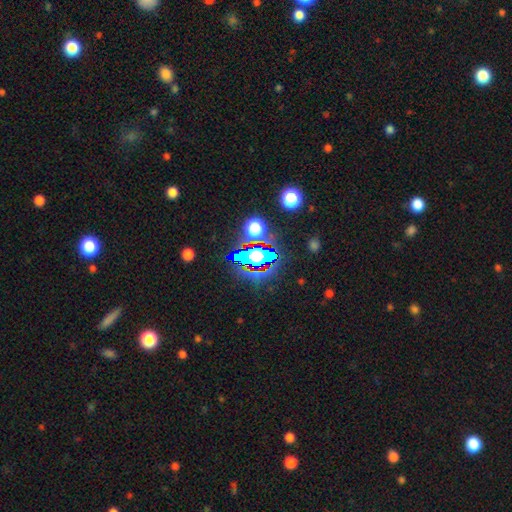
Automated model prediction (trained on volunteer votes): smooth_or_featured: star or artifact (p=0.55) [alt: smooth p=0.30]